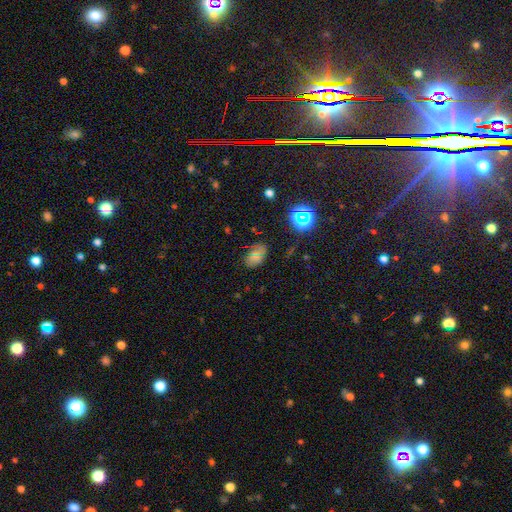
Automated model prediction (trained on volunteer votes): Q: Smooth or featured?
A: smooth (58%); runner-up: star or artifact (28%)
Q: How rounded?
A: in between (86%); runner-up: round (13%)
Q: Merging?
A: none (71%); runner-up: minor disturbance (19%)